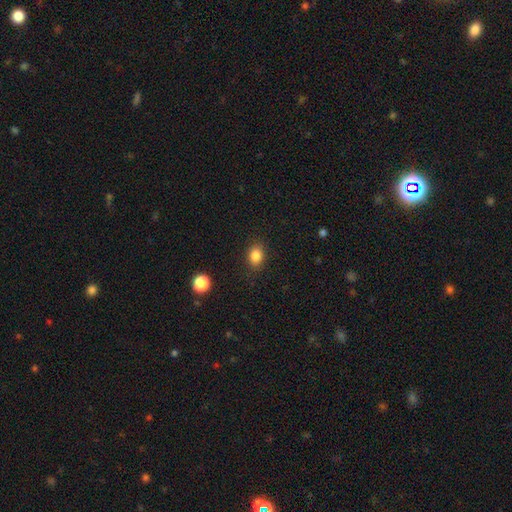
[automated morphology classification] The model was most divided on "how rounded": in between: 64%, round: 35%, cigar-shaped: 1%. More confident: merging — none (87%); smooth or featured — smooth (85%).